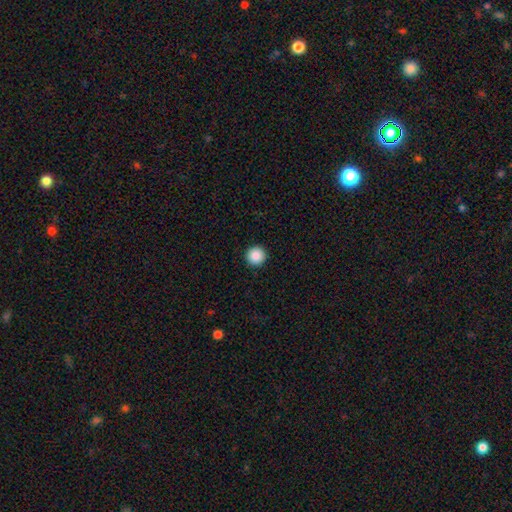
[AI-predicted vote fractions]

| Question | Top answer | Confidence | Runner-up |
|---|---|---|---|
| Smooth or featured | smooth | 88% | star or artifact (9%) |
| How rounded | round | 97% | in between (2%) |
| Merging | none | 94% | minor disturbance (4%) |